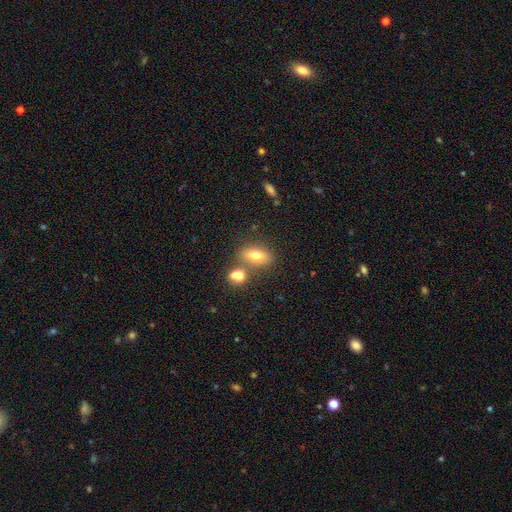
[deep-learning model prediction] This is likely a smooth galaxy (73%). How rounded: likely in between (80%). Merging: possibly none (57%).